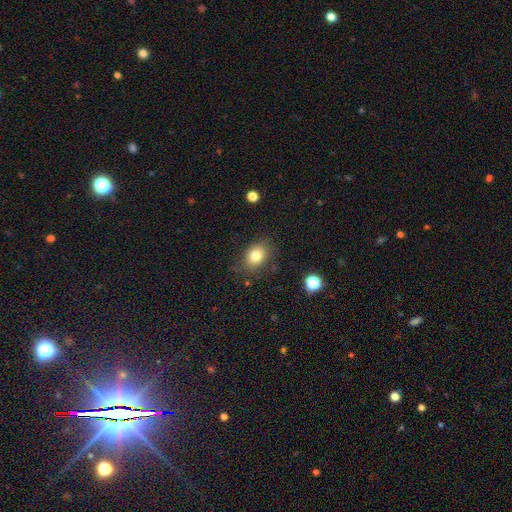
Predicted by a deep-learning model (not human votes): smooth-or-featured: smooth: 81% | star or artifact: 10% | featured or disk: 9%
  how-rounded: in between: 65% | round: 34% | cigar-shaped: 1%
  merging: none: 80% | minor disturbance: 14% | major disturbance: 4% | merger: 2%